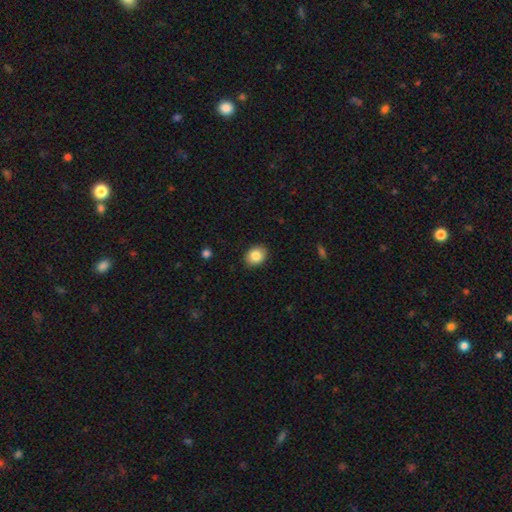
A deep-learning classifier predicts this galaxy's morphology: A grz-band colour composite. It shows a smooth galaxy with no disk features (85%) that is round (50%). Merging: none (89%).